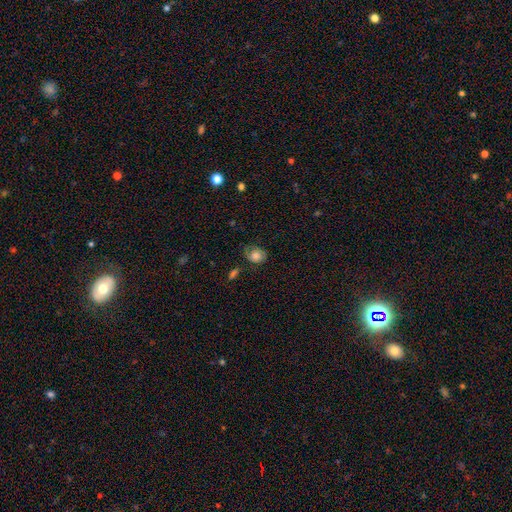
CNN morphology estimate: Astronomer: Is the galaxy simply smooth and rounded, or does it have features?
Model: smooth — 63%.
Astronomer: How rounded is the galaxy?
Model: round — 54% (runner-up: in between, 45%).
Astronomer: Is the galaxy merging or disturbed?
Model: none — 60%.